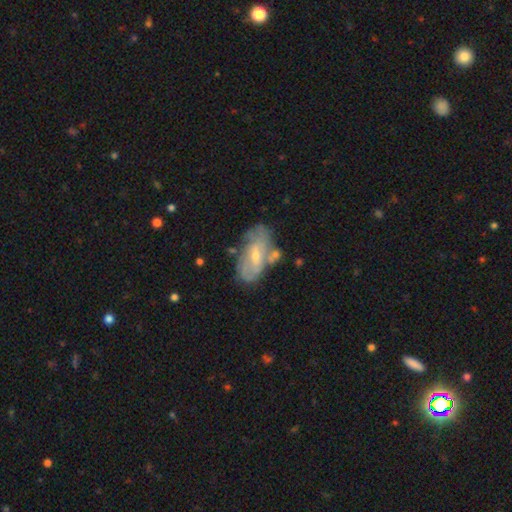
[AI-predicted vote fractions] Overall: featured or disk (64%; smooth 29%). Edge-on disk: no (91%). Bar: no (46%; weak 42%). Spiral arms: yes (65%; no 35%). Bulge size: small (57%; moderate 38%). Merging: none (56%; minor disturbance 23%).